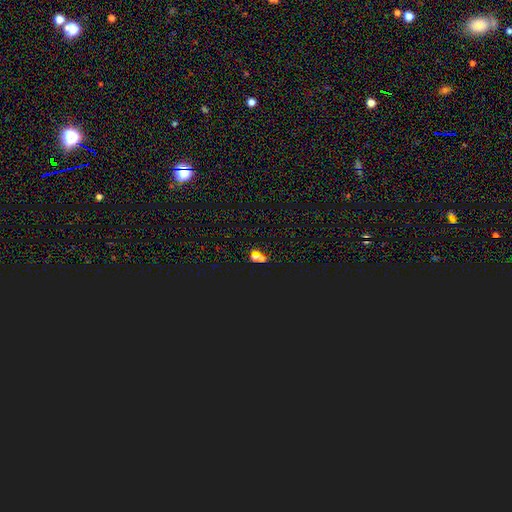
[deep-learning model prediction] star or artifact 52%, smooth 37%, featured or disk 11%.